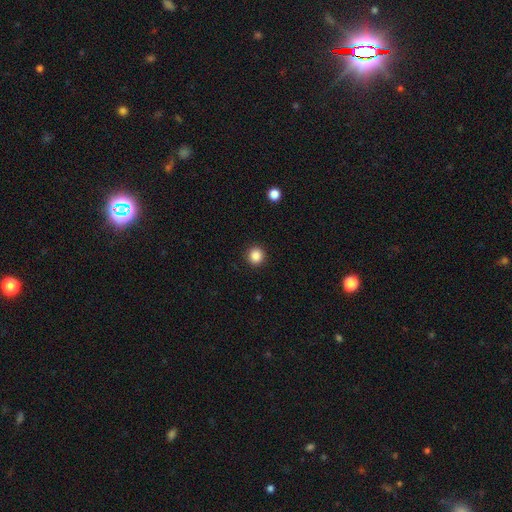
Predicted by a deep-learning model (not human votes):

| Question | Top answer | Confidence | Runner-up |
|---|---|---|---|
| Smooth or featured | smooth | 87% | star or artifact (10%) |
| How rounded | round | 94% | in between (5%) |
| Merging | none | 93% | minor disturbance (5%) |